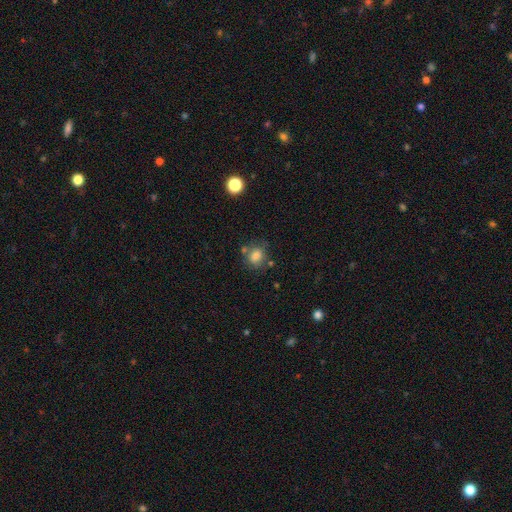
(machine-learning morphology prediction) A smooth galaxy with no disk features (79%) that is round (57%). Merging: none (63%).